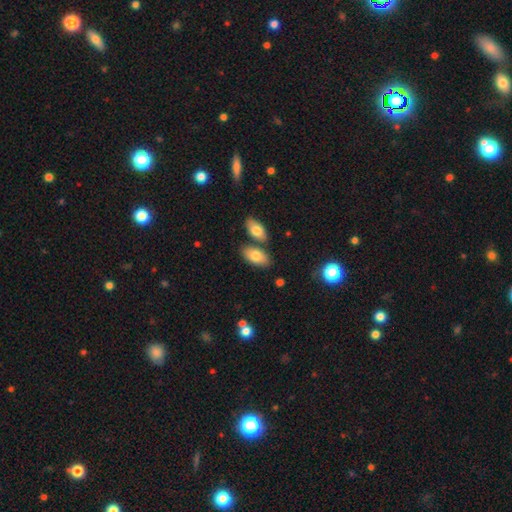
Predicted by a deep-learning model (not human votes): Overall: smooth (79%). How rounded: in between (93%). Merging: none (66%).